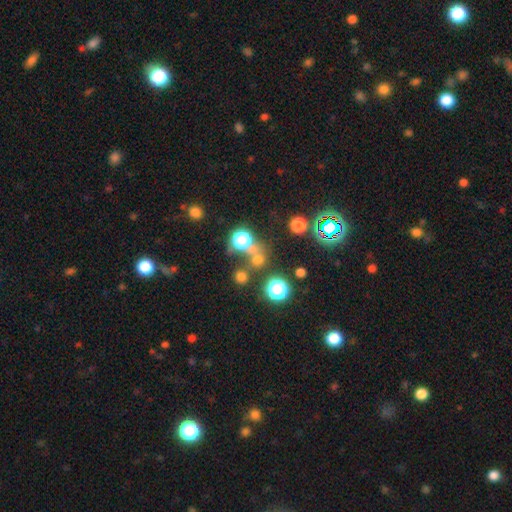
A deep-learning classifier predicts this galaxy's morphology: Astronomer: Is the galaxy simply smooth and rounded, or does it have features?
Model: smooth — 53% (runner-up: star or artifact, 35%).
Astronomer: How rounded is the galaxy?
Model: round — 86%.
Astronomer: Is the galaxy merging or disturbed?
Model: none — 56%.